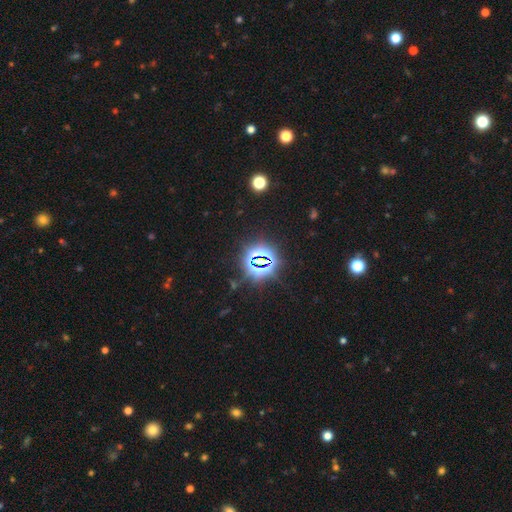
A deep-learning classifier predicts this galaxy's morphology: Overall: star or artifact (78%).